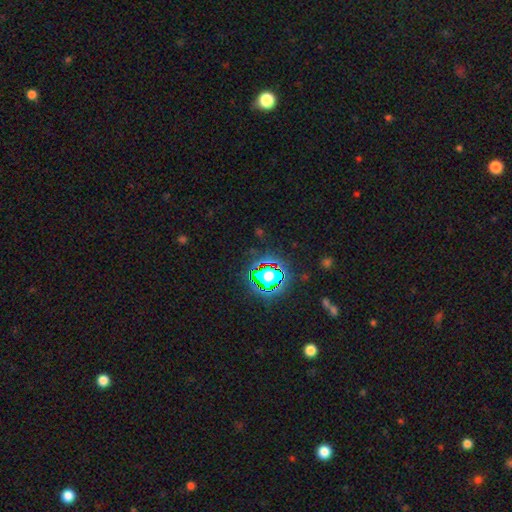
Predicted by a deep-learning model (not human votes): Smooth or featured?
  - star or artifact: 81% *
  - smooth: 12%
  - featured or disk: 7%